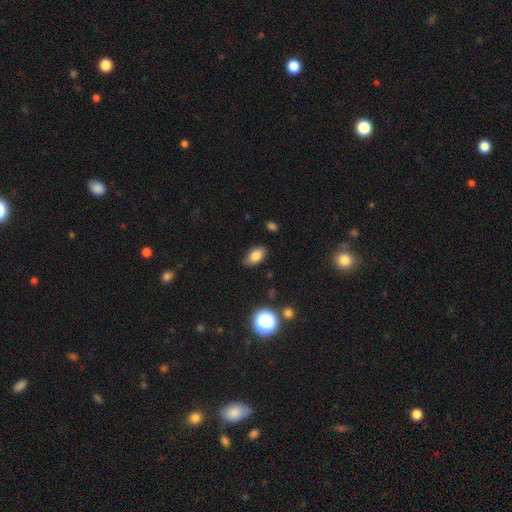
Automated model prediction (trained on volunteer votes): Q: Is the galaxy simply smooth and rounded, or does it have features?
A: smooth — 80%.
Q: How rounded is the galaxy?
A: in between — 90%.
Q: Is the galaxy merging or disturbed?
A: none — 74%.